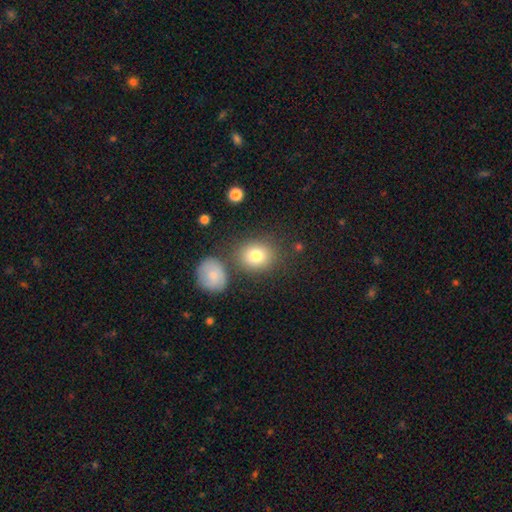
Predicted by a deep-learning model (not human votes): smooth-or-featured: smooth: 79% | star or artifact: 11% | featured or disk: 10%
  how-rounded: round: 67% | in between: 31% | cigar-shaped: 1%
  merging: none: 73% | minor disturbance: 11% | merger: 11% | major disturbance: 4%